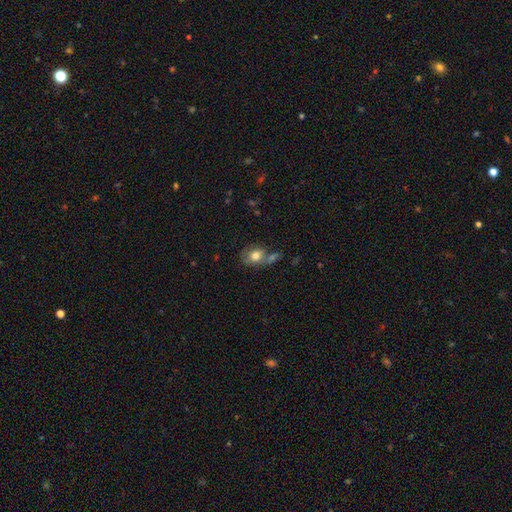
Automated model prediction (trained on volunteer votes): Smooth or featured? Predicted: smooth (p=0.73). How rounded? Predicted: in between (p=0.58). Merging? Predicted: none (p=0.40).